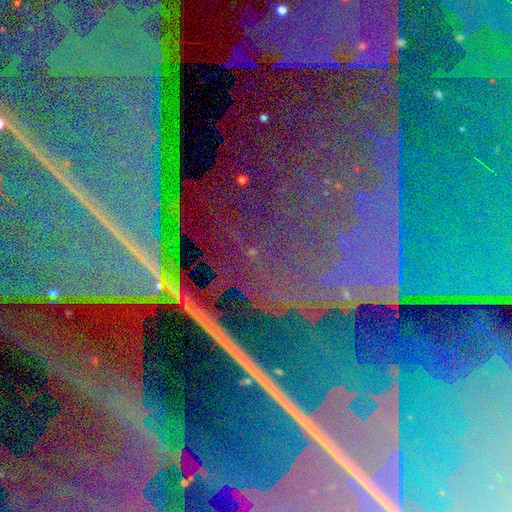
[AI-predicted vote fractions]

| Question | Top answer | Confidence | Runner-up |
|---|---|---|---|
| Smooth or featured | star or artifact | 89% | featured or disk (7%) |